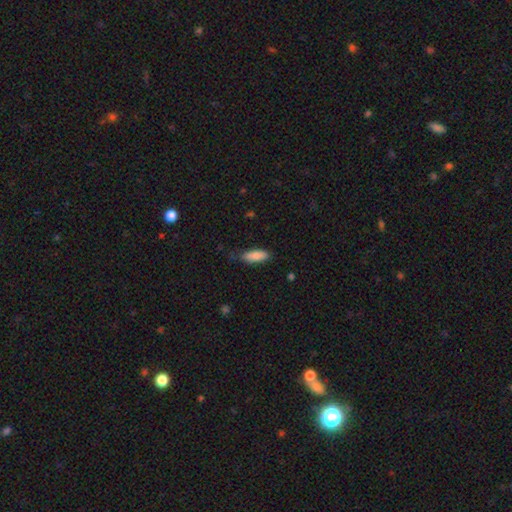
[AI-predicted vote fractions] Morphology: type=smooth (86%); roundness=in between (71%); merging=none (73%).